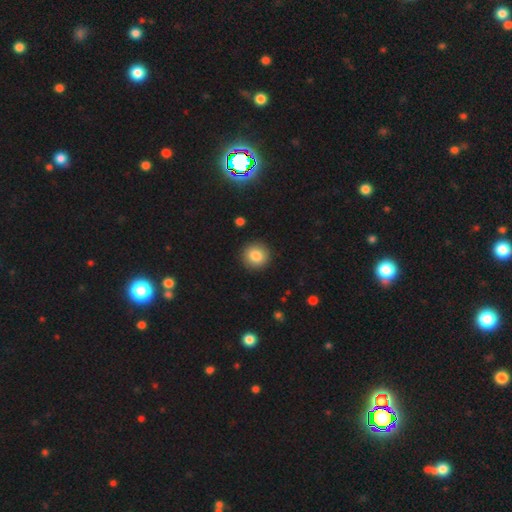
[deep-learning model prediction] This appears to be a smooth galaxy with no disk features (84%) that is round (93%). Merging: none (92%).